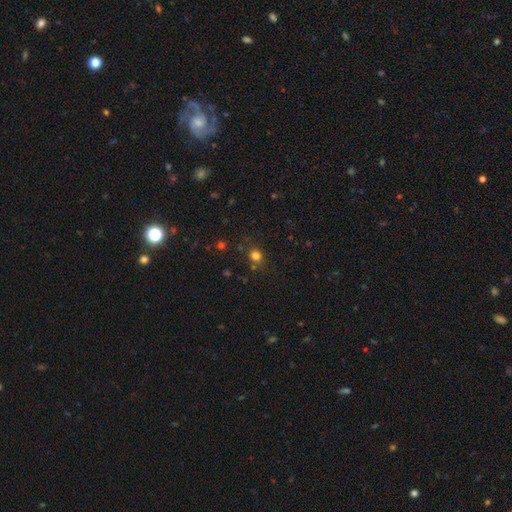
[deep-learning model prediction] This is likely a smooth galaxy (75%). How rounded: clearly round (82%). Merging: likely none (77%).